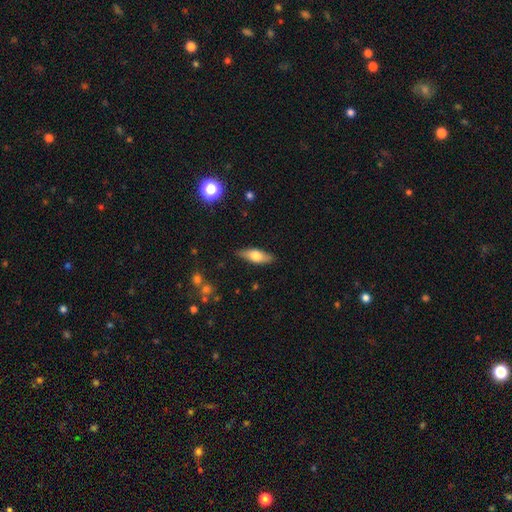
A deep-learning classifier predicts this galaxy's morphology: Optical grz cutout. It shows a smooth galaxy with no disk features (60%) that is in between round and cigar-shaped (63%). Merging: none (85%).